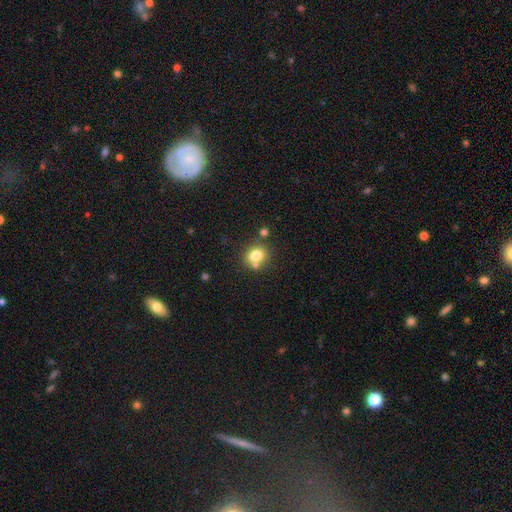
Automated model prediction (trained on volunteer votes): smooth-or-featured: smooth: 77% | star or artifact: 12% | featured or disk: 11%
  how-rounded: round: 63% | in between: 36% | cigar-shaped: 1%
  merging: none: 65% | merger: 19% | minor disturbance: 12% | major disturbance: 4%